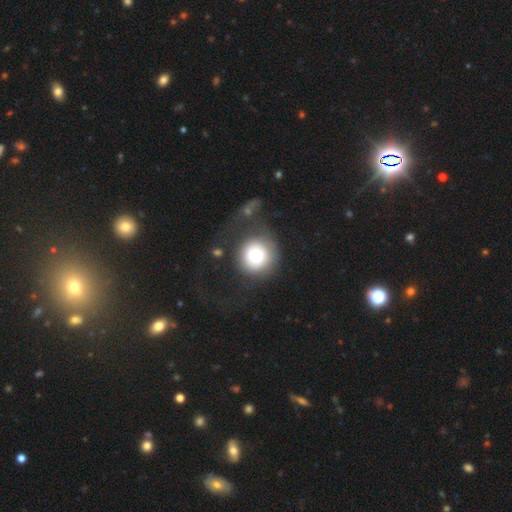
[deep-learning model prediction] smooth-or-featured: smooth: 70% | featured or disk: 21% | star or artifact: 9%
  how-rounded: round: 94% | in between: 5% | cigar-shaped: 1%
  merging: none: 62% | major disturbance: 18% | minor disturbance: 16% | merger: 5%